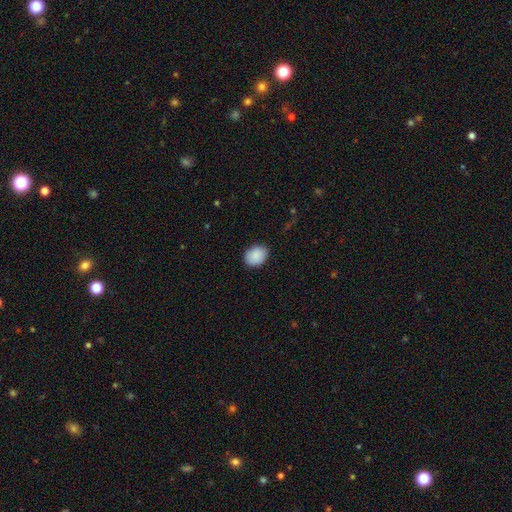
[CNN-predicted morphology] A smooth galaxy with no disk features (89%) that is in between round and cigar-shaped (53%). Merging: none (85%).